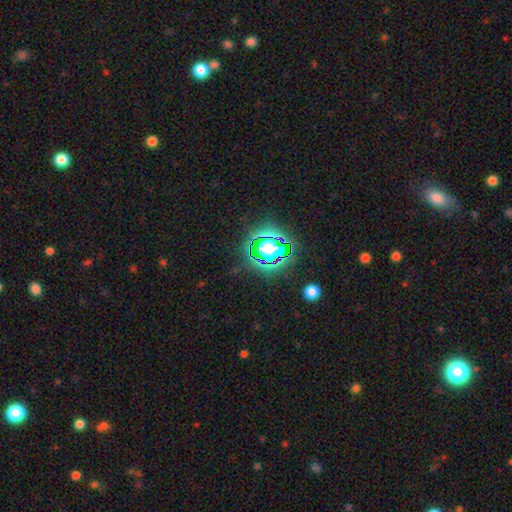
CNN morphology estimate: Smooth or featured?
  - star or artifact: 67% *
  - smooth: 21%
  - featured or disk: 12%